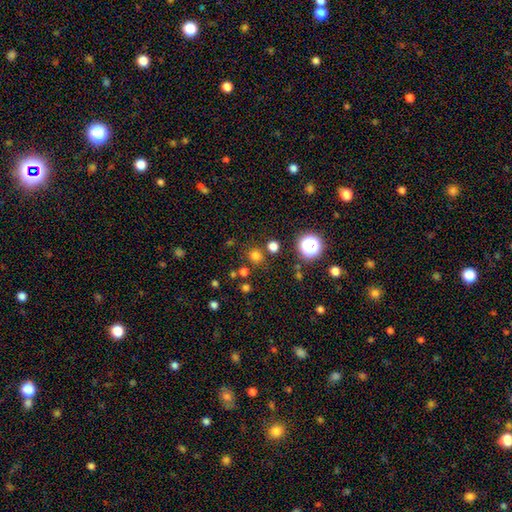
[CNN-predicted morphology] Q: Smooth or featured?
A: smooth (72%); runner-up: star or artifact (22%)
Q: How rounded?
A: round (92%); runner-up: in between (7%)
Q: Merging?
A: none (82%); runner-up: minor disturbance (7%)